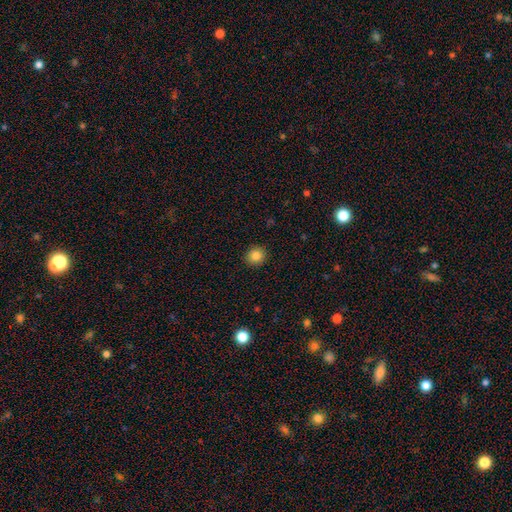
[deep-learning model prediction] This appears to be a smooth galaxy with no disk features (84%) that is round (89%). Merging: none (91%).